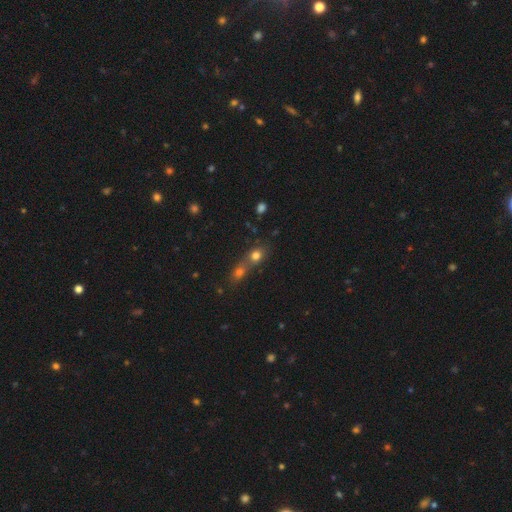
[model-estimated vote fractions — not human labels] This appears to be a smooth galaxy with no disk features (74%) that is round (62%). Merging: merger (62%).